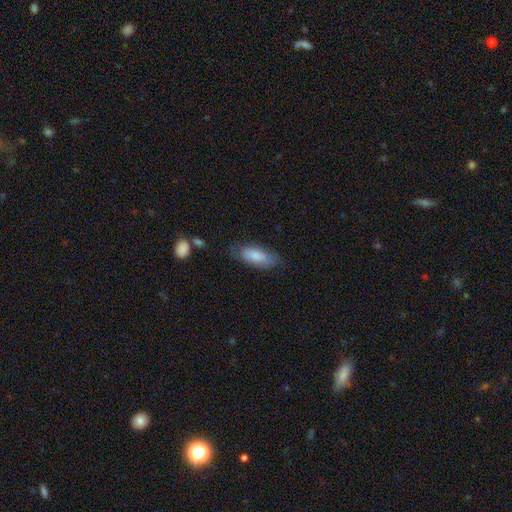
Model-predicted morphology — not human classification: This is clearly a smooth galaxy (84%). How rounded: clearly in between (80%). Merging: likely none (75%).